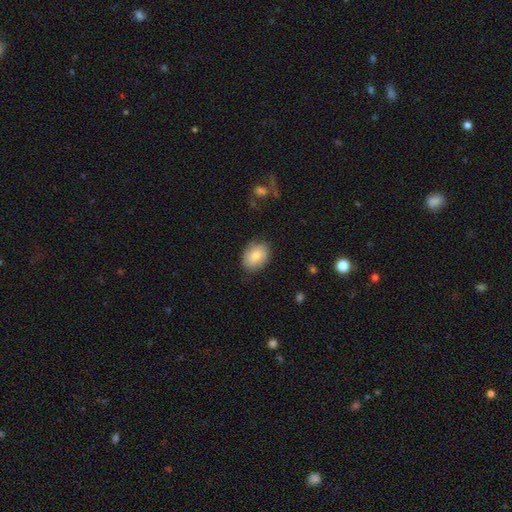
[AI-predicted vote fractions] This appears to be a smooth galaxy with no disk features (75%) that is in between round and cigar-shaped (71%). Merging: none (78%).